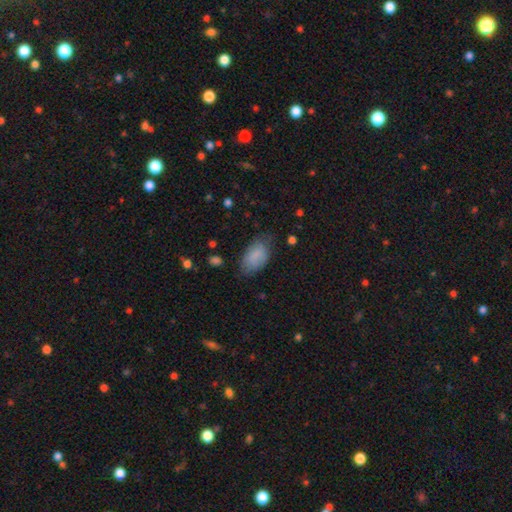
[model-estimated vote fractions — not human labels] Smooth or featured? smooth (82%)
How rounded? in between (93%)
Merging? none (62%)